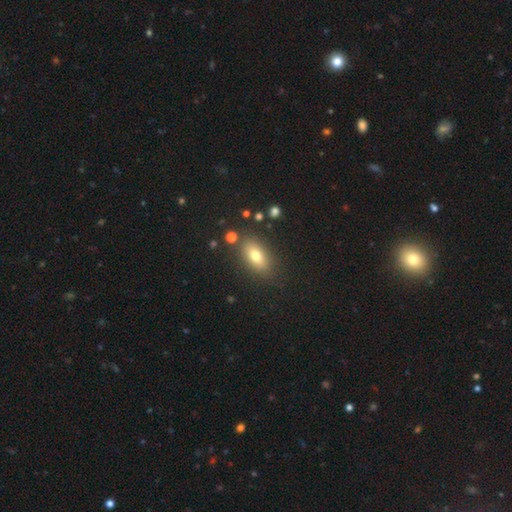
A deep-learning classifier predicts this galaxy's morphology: type=smooth (73%); roundness=in between (83%); merging=none (84%).